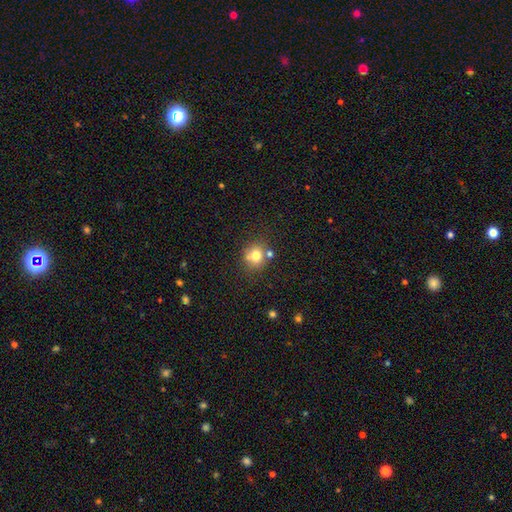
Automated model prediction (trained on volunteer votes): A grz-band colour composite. It shows a smooth galaxy with no disk features (75%) that is round (81%). Merging: none (67%).